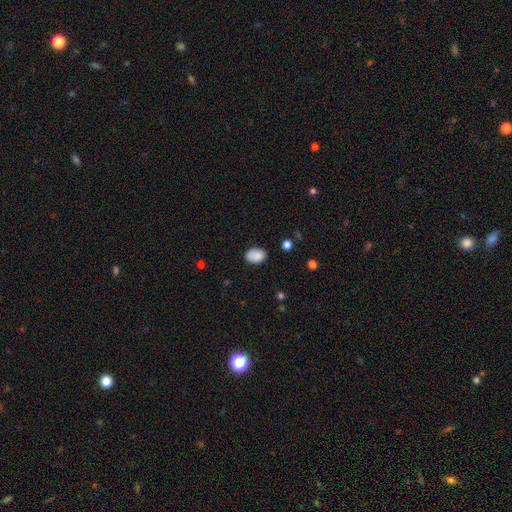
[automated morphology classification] A smooth galaxy with no disk features (86%) that is in between round and cigar-shaped (80%). Merging: none (78%).